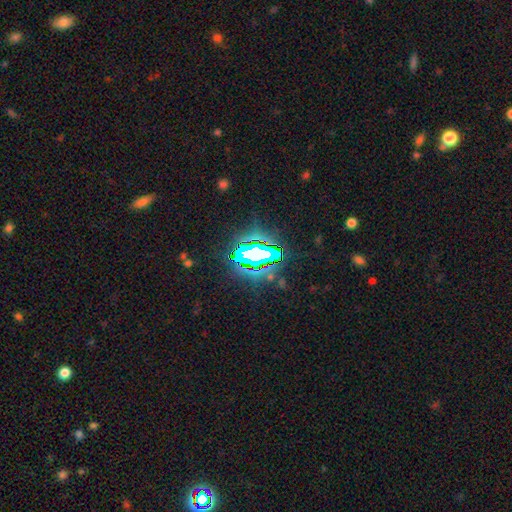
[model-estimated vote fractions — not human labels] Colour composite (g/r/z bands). It shows a star or artifact, not a galaxy (69%).